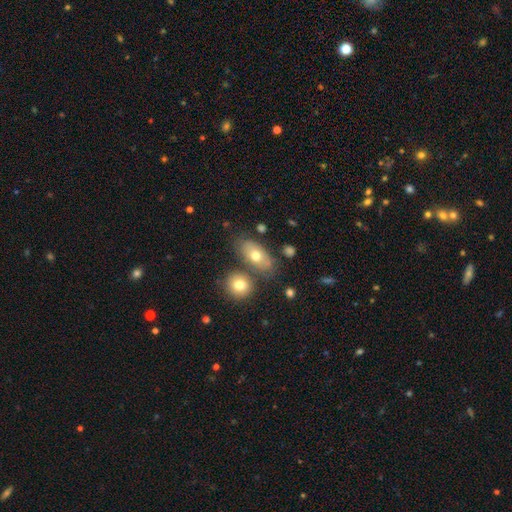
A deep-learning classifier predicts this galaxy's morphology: Overall: smooth (50%; featured or disk 29%). Merging: none (47%; merger 34%).